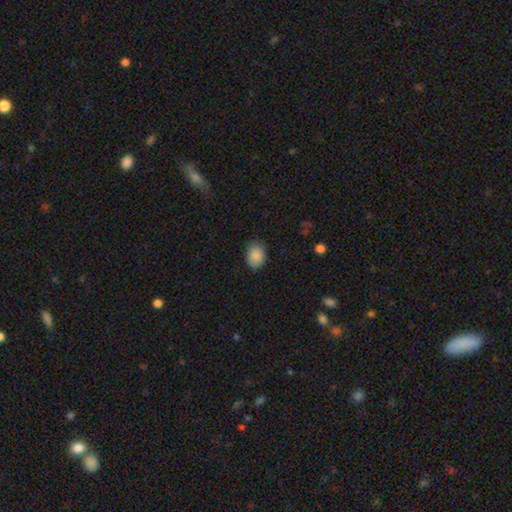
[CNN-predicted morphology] A smooth galaxy with no disk features (88%) that is in between round and cigar-shaped (70%). Merging: none (80%).